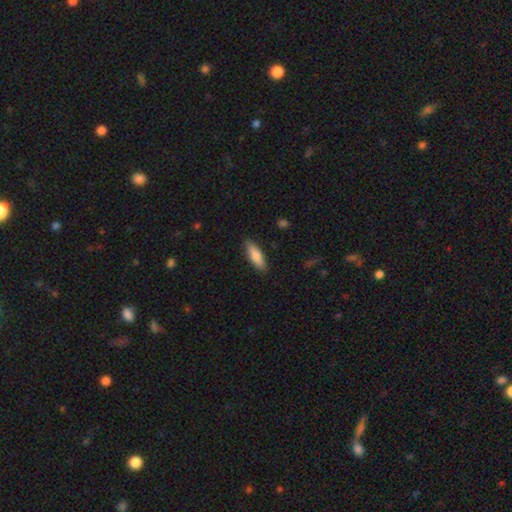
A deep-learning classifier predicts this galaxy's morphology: This is clearly a smooth galaxy (81%). How rounded: possibly in between (55%). Merging: clearly none (86%).